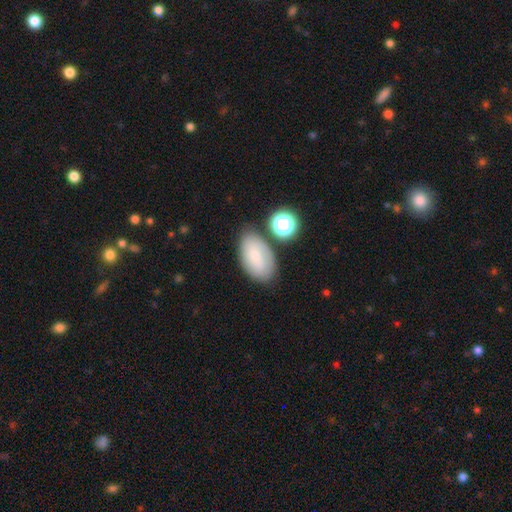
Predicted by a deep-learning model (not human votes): This is likely a smooth galaxy (60%). How rounded: clearly in between (91%). Merging: likely none (68%).